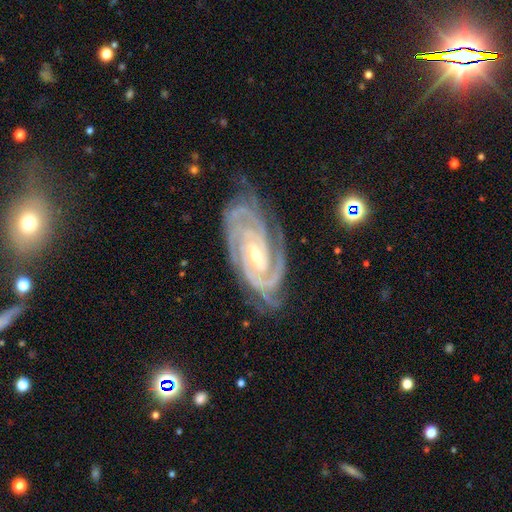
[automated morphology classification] smooth-or-featured: featured or disk: 92% | star or artifact: 5% | smooth: 3%
  disk-edge-on: no: 96% | yes: 4%
    bar: weak: 38% | no: 35% | strong: 27%
    has-spiral-arms: yes: 99% | no: 1%
      spiral-winding: tight: 79% | medium: 19% | loose: 2%
      spiral-arm-count: 3: 32% | 2: 30% | 4: 16% | can't tell: 11% | more than 4: 6% | 1: 5%
    bulge-size: small: 61% | moderate: 36% | large: 1% | none: 1% | dominant: 1%
  merging: none: 72% | minor disturbance: 20% | major disturbance: 7% | merger: 2%